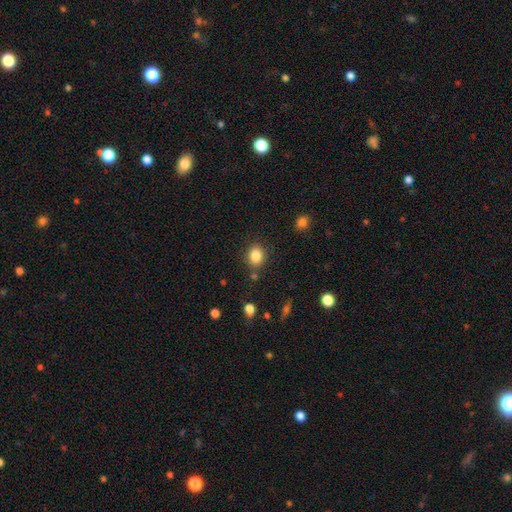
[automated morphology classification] Q: Smooth or featured?
A: smooth (85%); runner-up: star or artifact (10%)
Q: How rounded?
A: round (57%); runner-up: in between (42%)
Q: Merging?
A: none (81%); runner-up: minor disturbance (11%)